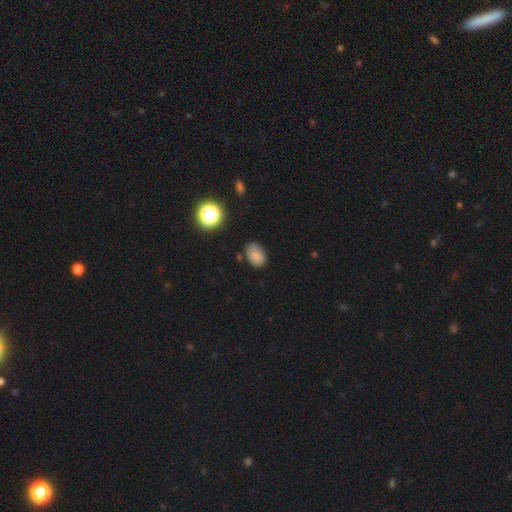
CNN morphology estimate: Smooth or featured? smooth (78%)
How rounded? in between (79%)
Merging? none (67%)